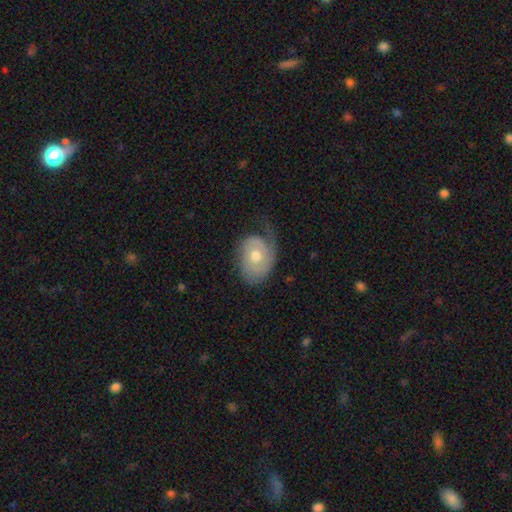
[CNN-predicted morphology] Overall: featured or disk (60%; smooth 34%). Edge-on disk: no (96%). Bar: no (81%). Spiral arms: yes (80%). Bulge size: moderate (72%). Merging: none (45%; minor disturbance 27%).